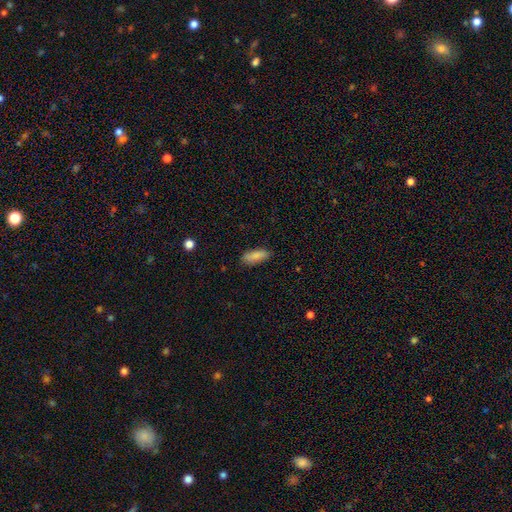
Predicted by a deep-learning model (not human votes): smooth 86%, featured or disk 7%, star or artifact 6%. Down the decision tree: how rounded — in between (71%); merging — none (85%).